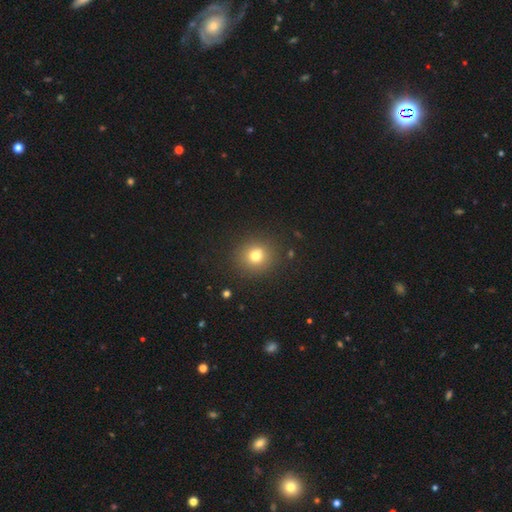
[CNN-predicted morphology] Overall: smooth (75%). How rounded: round (87%). Merging: none (87%).